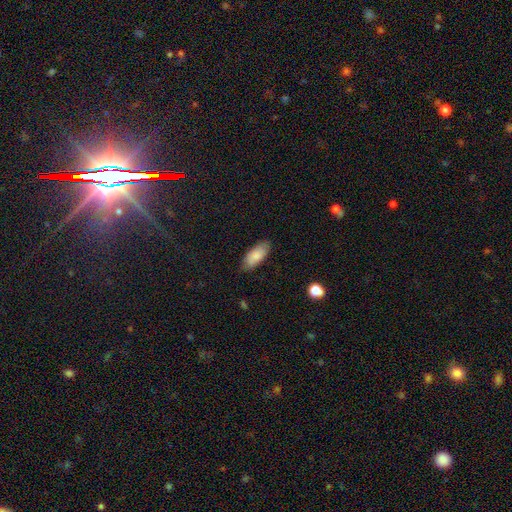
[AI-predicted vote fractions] The model was most divided on "how rounded": in between: 84%, cigar-shaped: 15%, round: 2%. More confident: smooth or featured — smooth (83%); merging — none (83%).